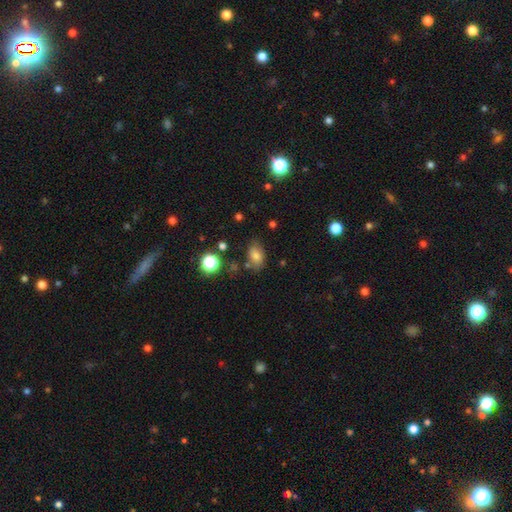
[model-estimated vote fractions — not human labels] Smooth or featured: smooth — 76% (star or artifact — 13%)
How rounded: in between — 82% (round — 16%)
Merging: none — 71% (minor disturbance — 18%)